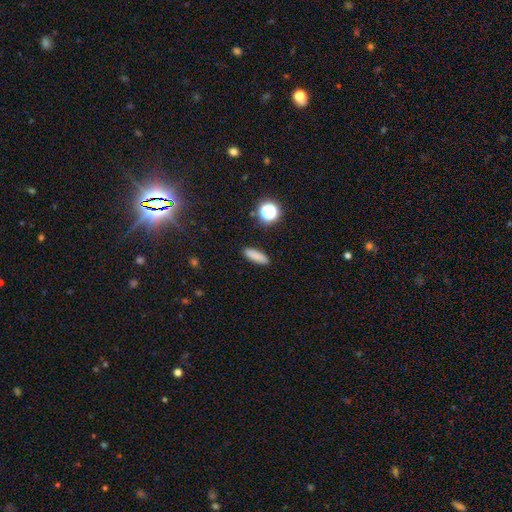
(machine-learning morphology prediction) Overall: smooth (84%). How rounded: cigar-shaped (57%; in between 39%). Merging: none (90%).